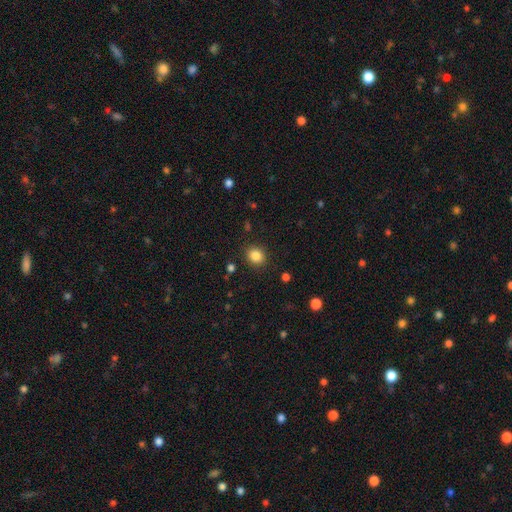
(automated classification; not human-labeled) Smooth or featured? Predicted: smooth (p=0.85). How rounded? Predicted: round (p=0.74). Merging? Predicted: none (p=0.89).